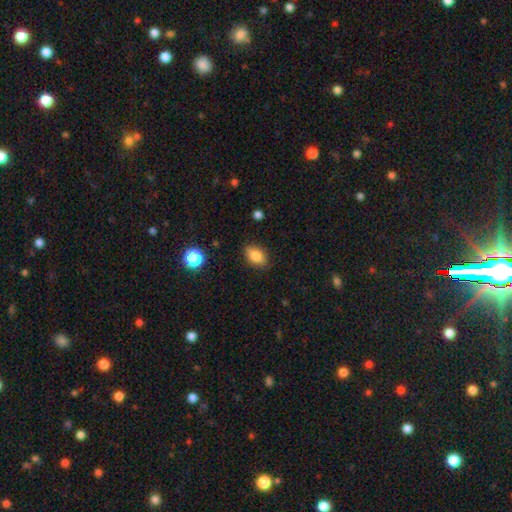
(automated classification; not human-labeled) Smooth or featured? Predicted: smooth (p=0.81). How rounded? Predicted: in between (p=0.84). Merging? Predicted: none (p=0.84).